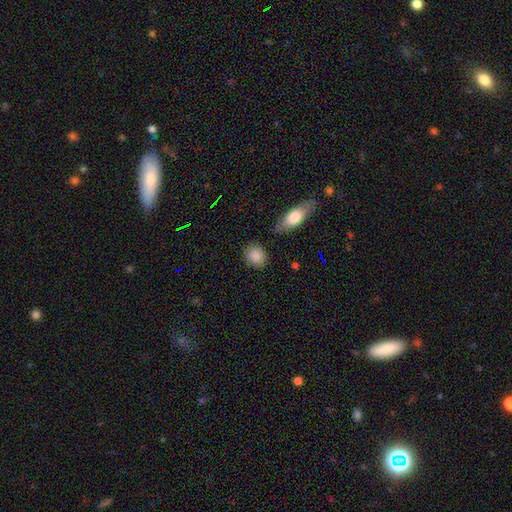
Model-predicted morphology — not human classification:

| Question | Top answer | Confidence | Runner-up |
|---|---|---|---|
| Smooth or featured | smooth | 88% | star or artifact (7%) |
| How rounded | round | 63% | in between (35%) |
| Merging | none | 82% | minor disturbance (11%) |